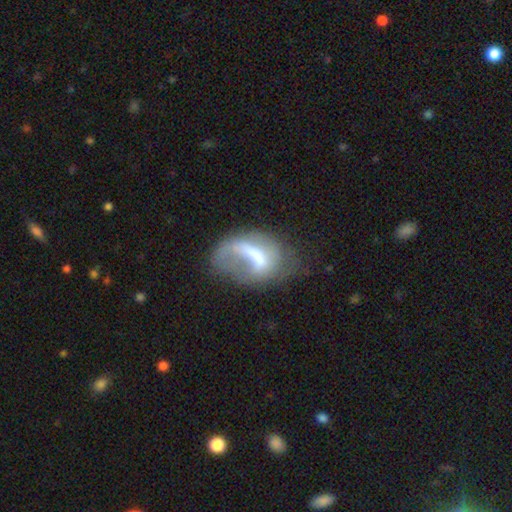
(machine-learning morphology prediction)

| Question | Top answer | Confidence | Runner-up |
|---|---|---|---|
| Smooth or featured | featured or disk | 49% | smooth (42%) |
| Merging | major disturbance | 45% | none (28%) |